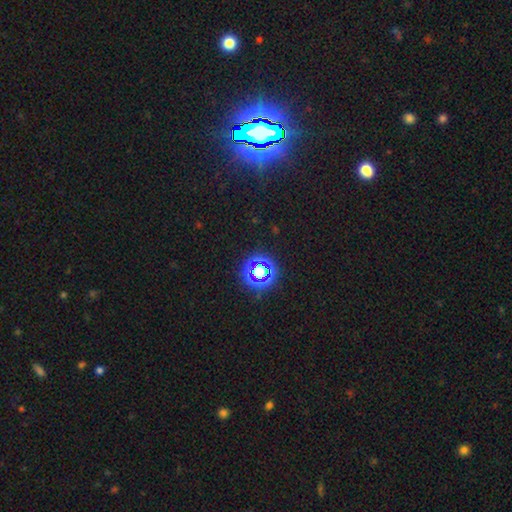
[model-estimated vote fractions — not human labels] This appears to be a star or artifact, not a galaxy (77%).